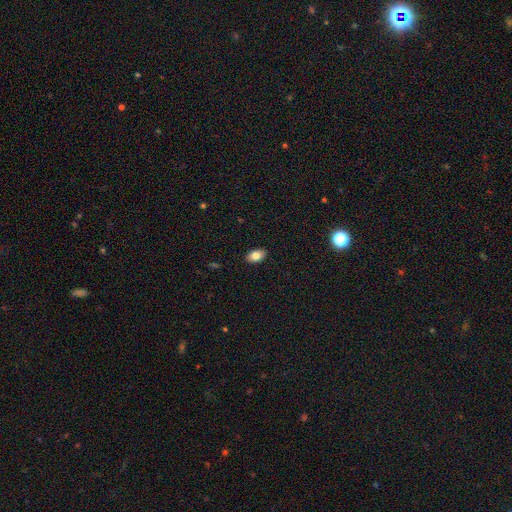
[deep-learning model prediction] smooth_or_featured: smooth (p=0.82) [alt: featured or disk p=0.09]
how_rounded: in between (p=0.90) [alt: round p=0.09]
merging: none (p=0.89) [alt: minor disturbance p=0.08]